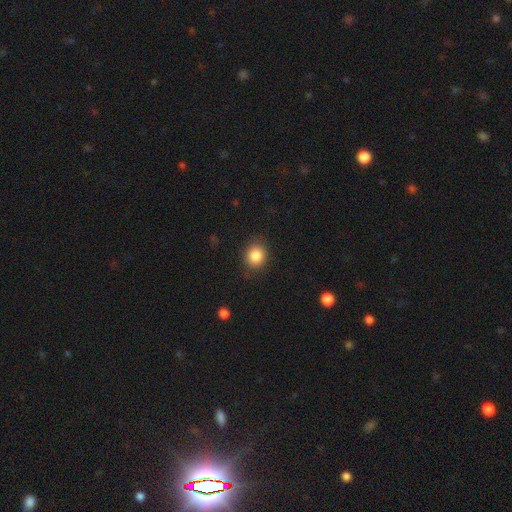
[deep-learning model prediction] Smooth or featured? Predicted: smooth (p=0.86). How rounded? Predicted: round (p=0.76). Merging? Predicted: none (p=0.85).